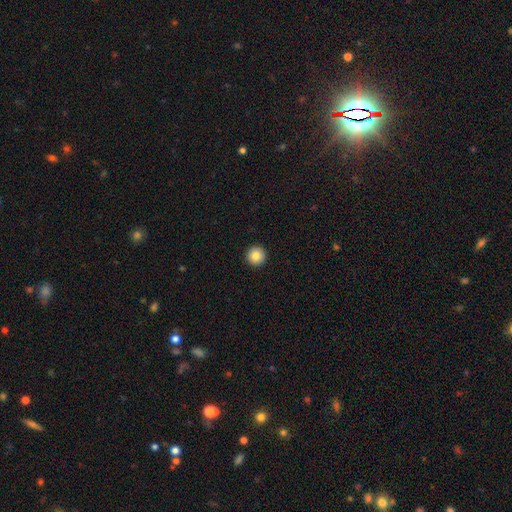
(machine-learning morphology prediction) Smooth or featured: smooth — 84% (star or artifact — 9%)
How rounded: round — 97% (in between — 3%)
Merging: none — 94% (minor disturbance — 4%)